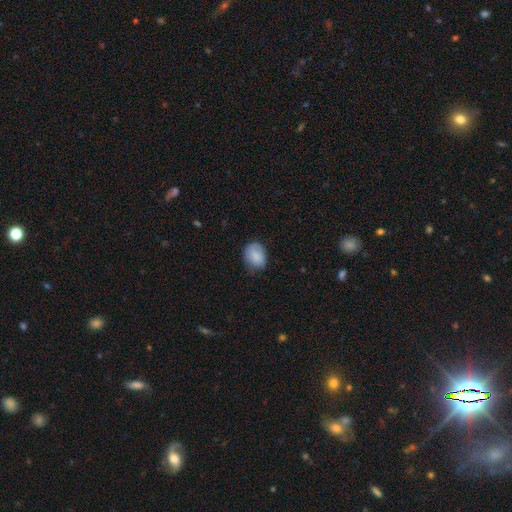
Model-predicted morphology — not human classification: Q: Smooth or featured?
A: smooth (84%); runner-up: featured or disk (9%)
Q: How rounded?
A: in between (54%); runner-up: round (45%)
Q: Merging?
A: none (63%); runner-up: minor disturbance (30%)